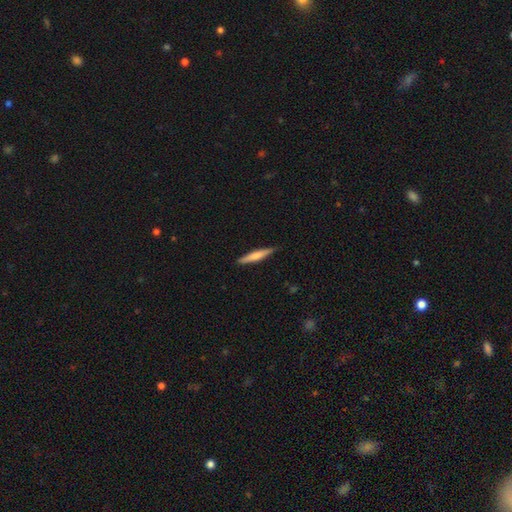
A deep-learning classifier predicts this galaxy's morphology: The model was most divided on "smooth or featured": smooth: 58%, featured or disk: 36%, star or artifact: 5%. More confident: how rounded — cigar-shaped (92%); merging — none (87%).